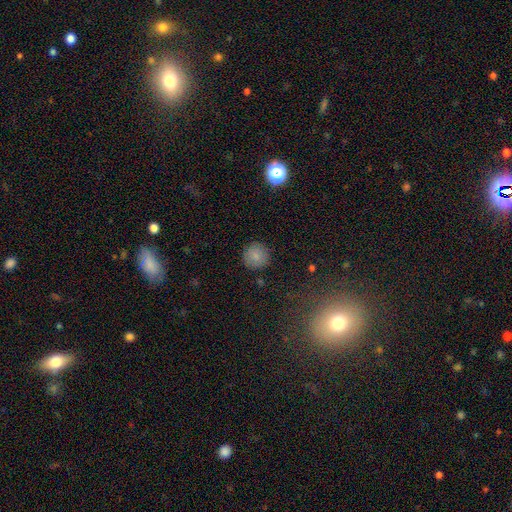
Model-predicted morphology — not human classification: A smooth galaxy with no disk features (83%) that is round (94%). Merging: none (89%).